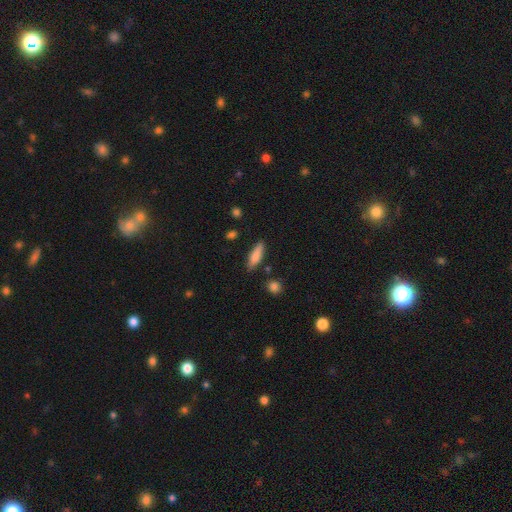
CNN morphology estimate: Q: Smooth or featured?
A: smooth (78%); runner-up: featured or disk (15%)
Q: How rounded?
A: cigar-shaped (61%); runner-up: in between (36%)
Q: Merging?
A: none (82%); runner-up: minor disturbance (12%)